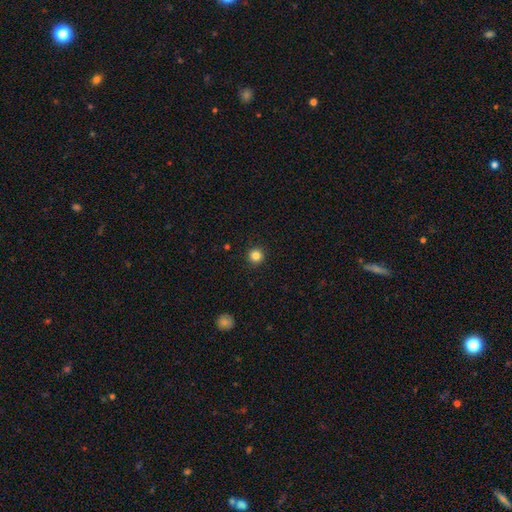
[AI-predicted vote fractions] smooth 84%, star or artifact 12%, featured or disk 4%. Down the decision tree: how rounded — round (96%); merging — none (92%).